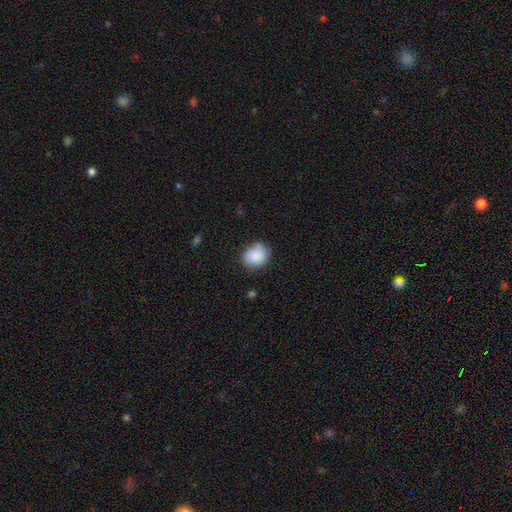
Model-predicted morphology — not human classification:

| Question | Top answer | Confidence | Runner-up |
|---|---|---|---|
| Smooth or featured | smooth | 85% | star or artifact (8%) |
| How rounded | round | 54% | in between (45%) |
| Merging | none | 71% | minor disturbance (21%) |